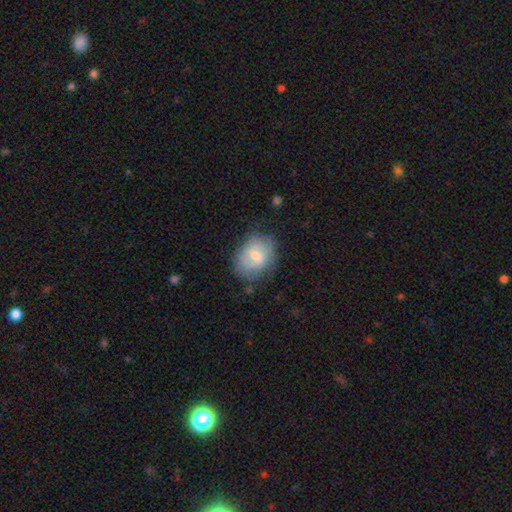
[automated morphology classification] Smooth or featured? featured or disk (50%)
Merging? none (63%)